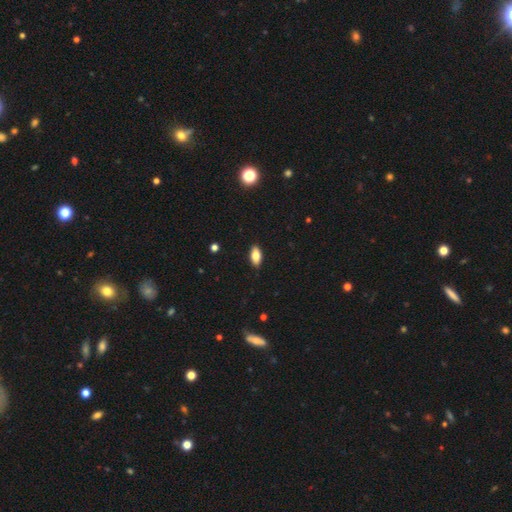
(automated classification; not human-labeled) Smooth or featured: smooth — 79% (featured or disk — 13%)
How rounded: in between — 90% (cigar-shaped — 7%)
Merging: none — 89% (minor disturbance — 8%)